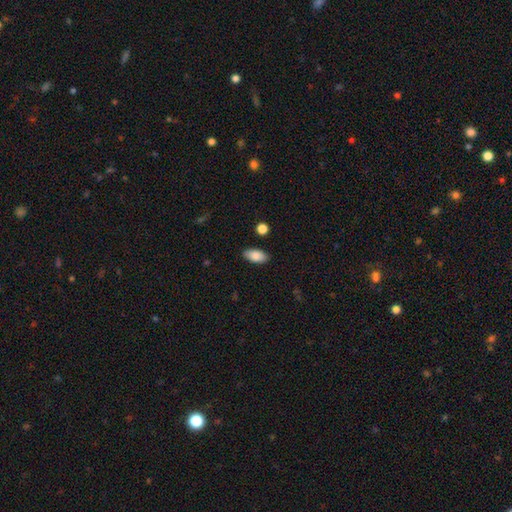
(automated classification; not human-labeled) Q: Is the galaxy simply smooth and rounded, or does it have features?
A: smooth — 86%.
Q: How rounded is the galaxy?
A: in between — 91%.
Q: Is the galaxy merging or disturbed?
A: none — 87%.